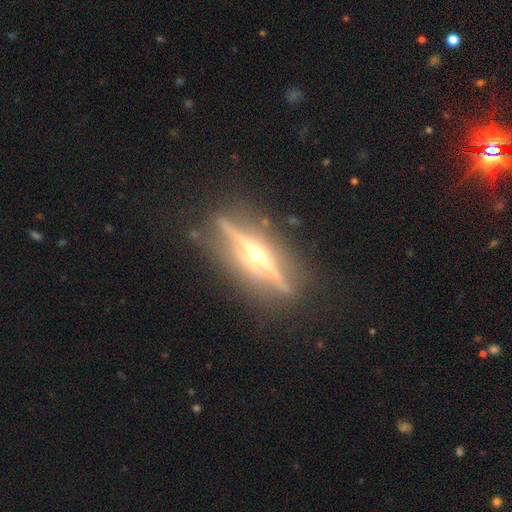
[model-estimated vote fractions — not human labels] Smooth or featured: featured or disk — 86% (smooth — 8%)
Edge-on disk: yes — 97% (no — 3%)
Edge-on bulge: rounded — 94% (boxy — 3%)
Merging: none — 84% (minor disturbance — 11%)